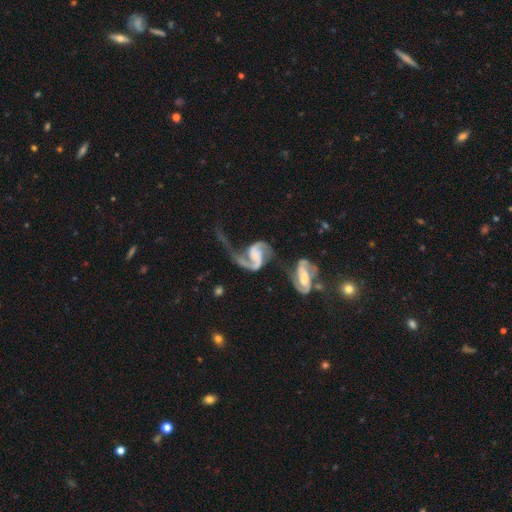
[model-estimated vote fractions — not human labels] Smooth or featured: featured or disk — 89% (smooth — 6%)
Edge-on disk: no — 98% (yes — 2%)
Bar: no — 40% (weak — 38%)
Spiral arms: yes — 97% (no — 3%)
Spiral winding: loose — 53% (medium — 37%)
Spiral arm count: 2 — 86% (1 — 9%)
Bulge size: none — 47% (small — 19%)
Merging: merger — 37% (none — 26%)